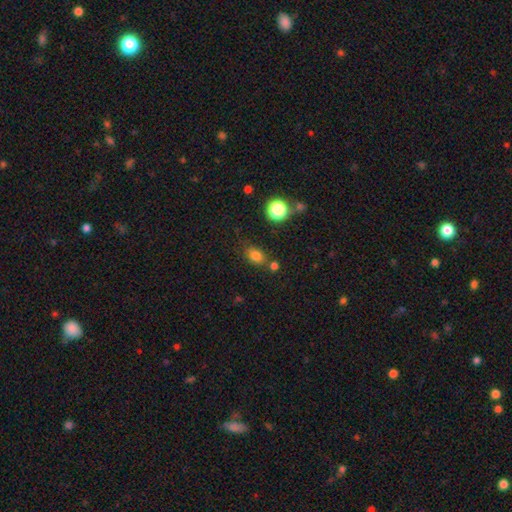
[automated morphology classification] Q: Smooth or featured?
A: smooth (79%); runner-up: star or artifact (15%)
Q: How rounded?
A: in between (67%); runner-up: round (31%)
Q: Merging?
A: none (69%); runner-up: minor disturbance (15%)